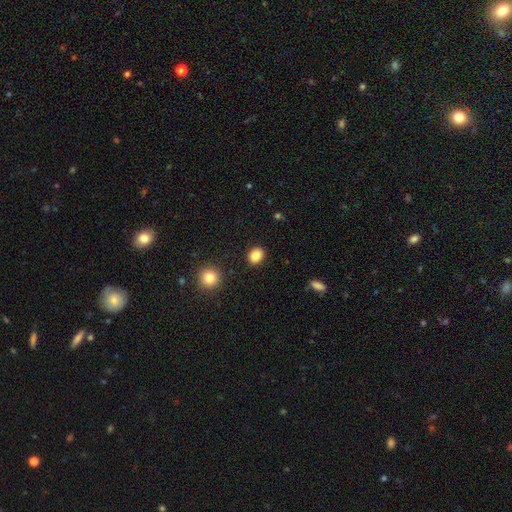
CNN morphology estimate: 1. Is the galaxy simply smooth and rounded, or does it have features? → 85% smooth, 10% star or artifact, 5% featured or disk.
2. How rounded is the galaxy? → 60% round, 39% in between, 1% cigar-shaped.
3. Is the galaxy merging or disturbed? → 90% none, 7% minor disturbance, 2% major disturbance, 2% merger.